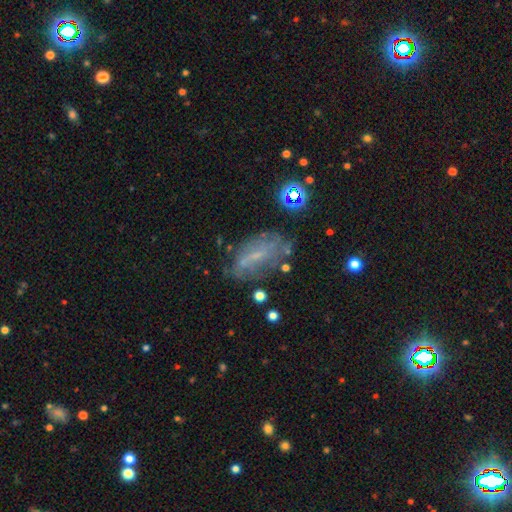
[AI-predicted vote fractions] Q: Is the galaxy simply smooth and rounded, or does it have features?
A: featured or disk — 51%.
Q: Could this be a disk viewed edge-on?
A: no — 87%.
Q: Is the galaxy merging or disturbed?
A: none — 55%.